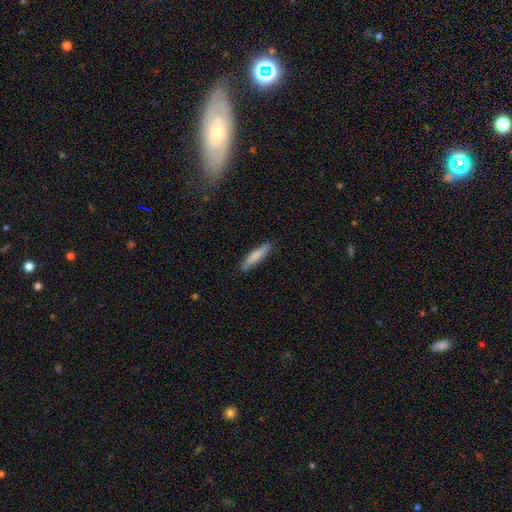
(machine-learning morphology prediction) Overall: smooth (79%). How rounded: cigar-shaped (87%). Merging: none (85%).